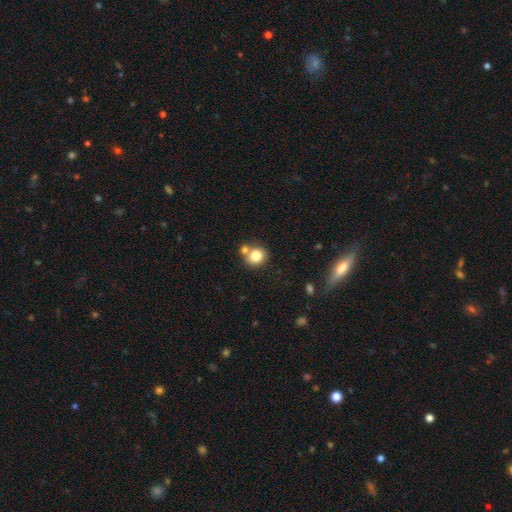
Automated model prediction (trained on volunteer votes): Morphology: type=smooth (80%); roundness=round (80%); merging=none (58%).